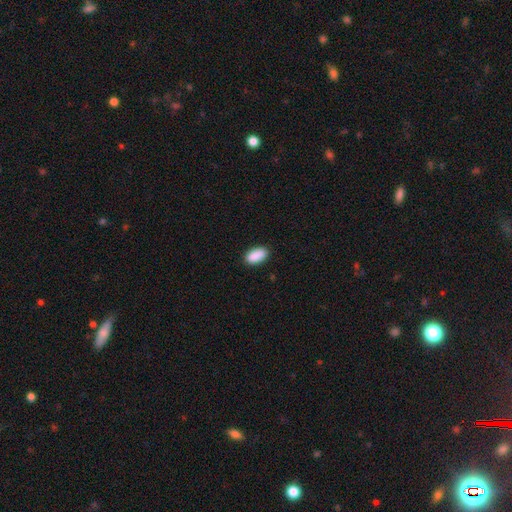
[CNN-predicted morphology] Smooth or featured: smooth — 90% (star or artifact — 7%)
How rounded: in between — 94% (round — 3%)
Merging: none — 88% (minor disturbance — 9%)